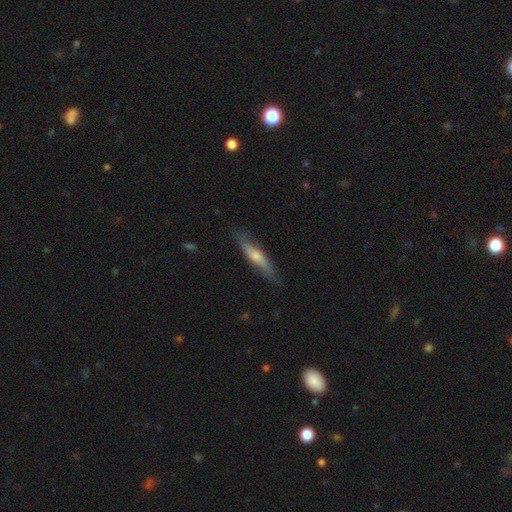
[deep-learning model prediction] smooth 48%, featured or disk 46%, star or artifact 6%. Down the decision tree: merging — none (81%).